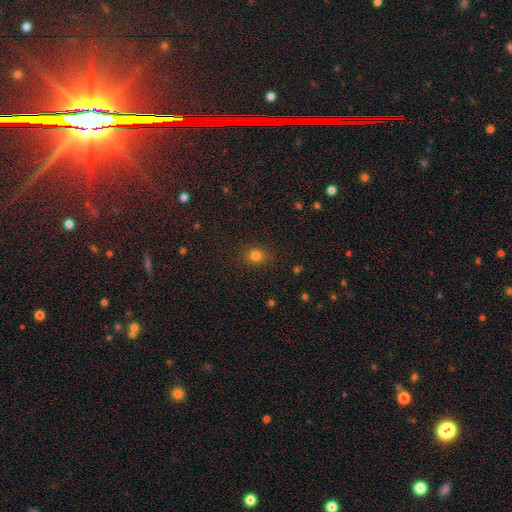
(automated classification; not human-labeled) Overall: smooth (80%). How rounded: round (74%). Merging: none (86%).